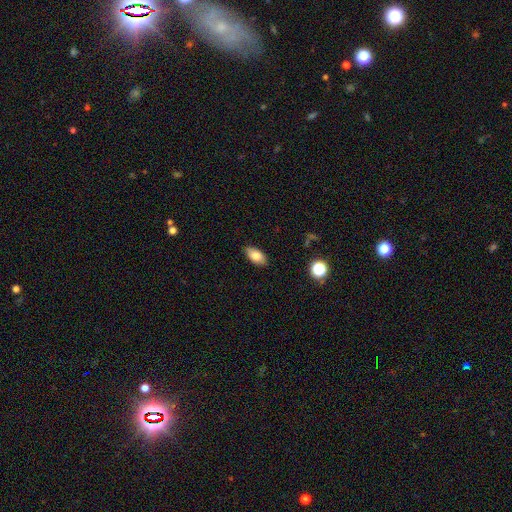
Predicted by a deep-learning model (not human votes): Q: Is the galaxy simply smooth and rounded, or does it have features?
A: smooth — 82%.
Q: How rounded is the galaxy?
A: in between — 91%.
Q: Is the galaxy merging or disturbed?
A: none — 86%.